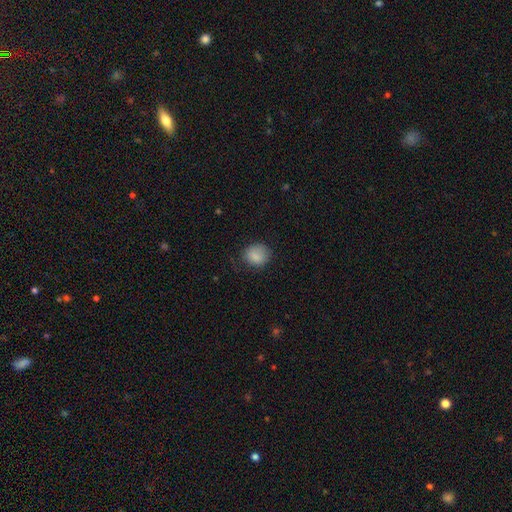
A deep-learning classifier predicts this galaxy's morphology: Smooth or featured: smooth — 84% (star or artifact — 9%)
How rounded: round — 61% (in between — 38%)
Merging: none — 68% (minor disturbance — 23%)